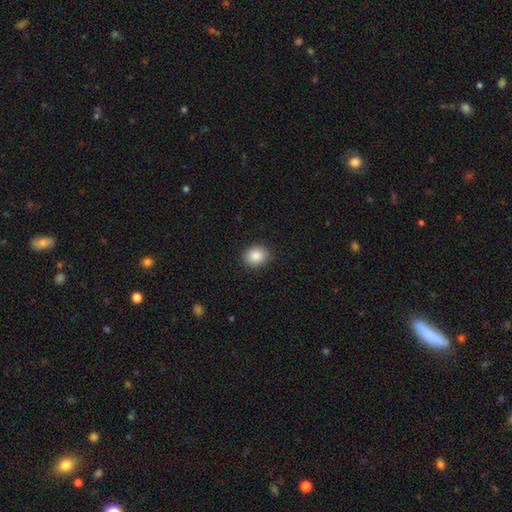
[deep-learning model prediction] Smooth or featured? Predicted: smooth (p=0.87). How rounded? Predicted: round (p=0.64). Merging? Predicted: none (p=0.89).